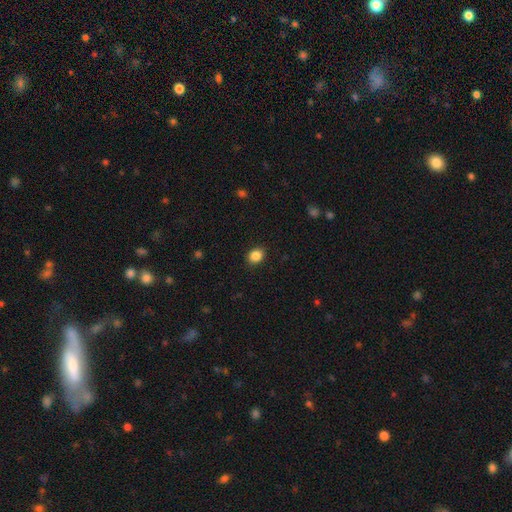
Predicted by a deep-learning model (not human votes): A smooth galaxy with no disk features (87%) that is round (54%). Merging: none (89%).